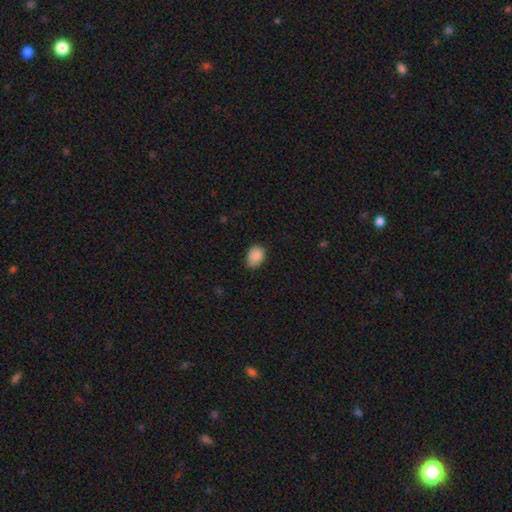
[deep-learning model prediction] Smooth or featured: smooth — 88% (star or artifact — 8%)
How rounded: in between — 73% (round — 26%)
Merging: none — 71% (minor disturbance — 25%)